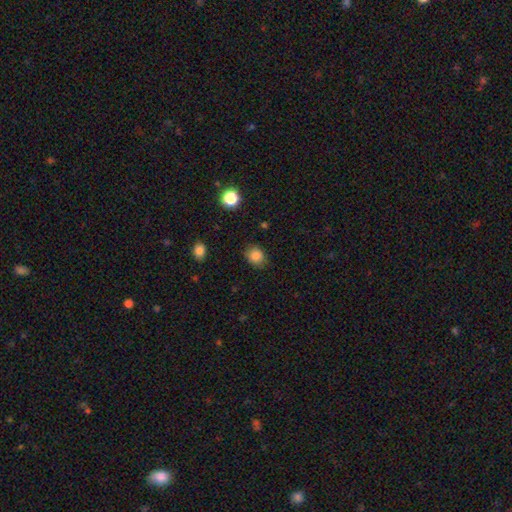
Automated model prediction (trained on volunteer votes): Smooth or featured? smooth (85%)
How rounded? round (66%)
Merging? none (81%)